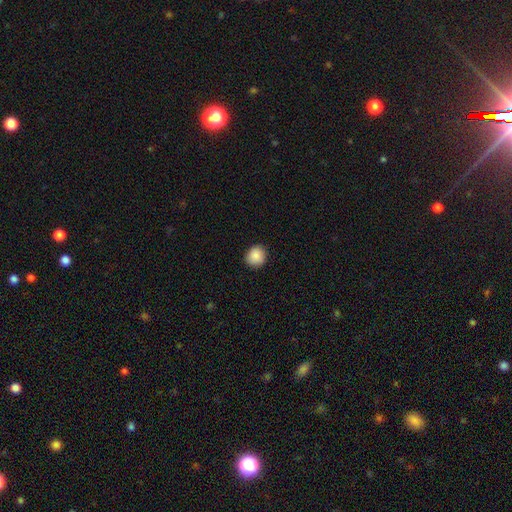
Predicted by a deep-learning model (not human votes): A smooth galaxy with no disk features (88%) that is round (88%). Merging: none (90%).